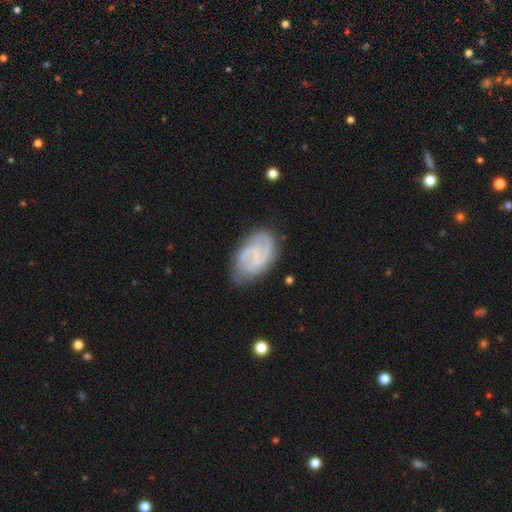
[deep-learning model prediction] A featured or disk galaxy (77%) with a weak bar (45%, tied with no), 2 (53%) medium (43%, tied with tight) spiral arms (94%) and a small central bulge (55%). Merging: none (68%).